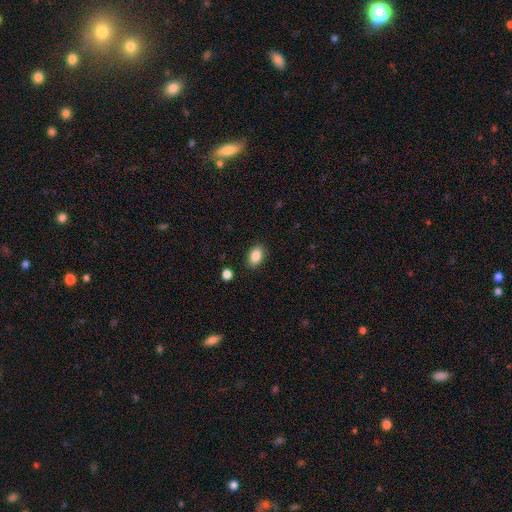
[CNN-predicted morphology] A smooth galaxy with no disk features (87%) that is in between round and cigar-shaped (87%). Merging: none (86%).